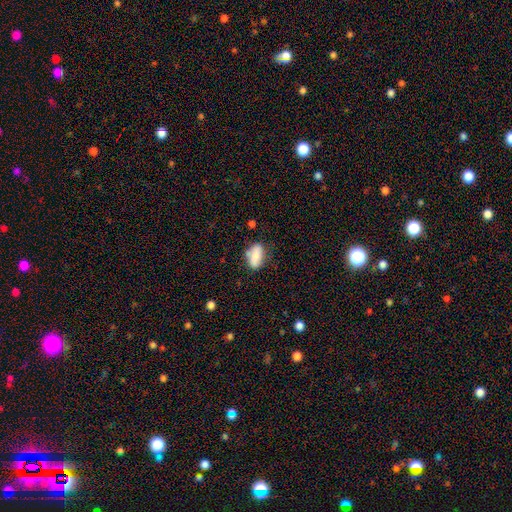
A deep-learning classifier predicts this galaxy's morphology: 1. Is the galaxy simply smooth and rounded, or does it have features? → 74% smooth, 18% featured or disk, 8% star or artifact.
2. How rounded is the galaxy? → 86% in between, 8% cigar-shaped, 7% round.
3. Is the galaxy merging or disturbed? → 64% none, 23% minor disturbance, 7% merger, 6% major disturbance.